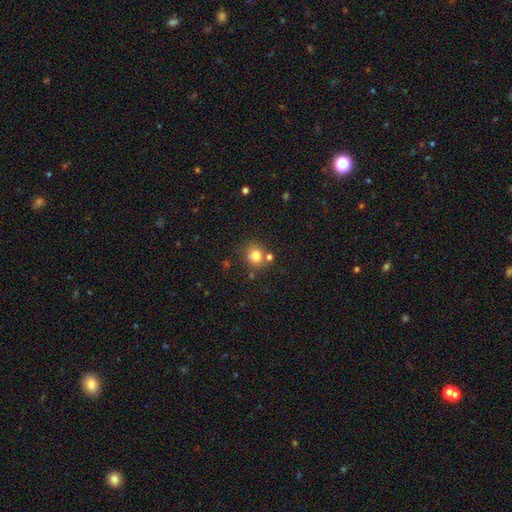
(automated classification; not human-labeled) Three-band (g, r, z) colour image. It shows a smooth galaxy with no disk features (79%) that is round (81%). Merging: none (71%).